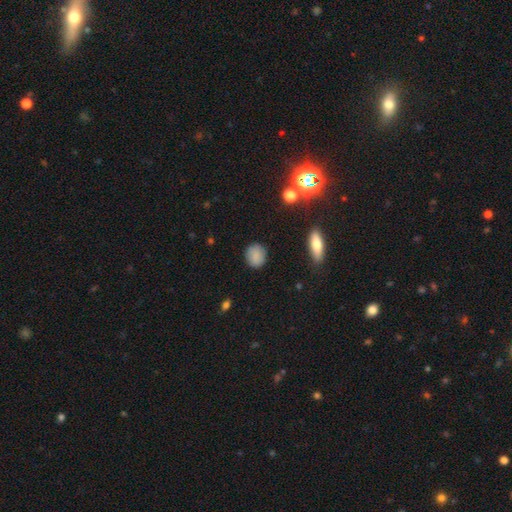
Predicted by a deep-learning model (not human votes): Smooth or featured? smooth (85%)
How rounded? round (74%)
Merging? none (86%)